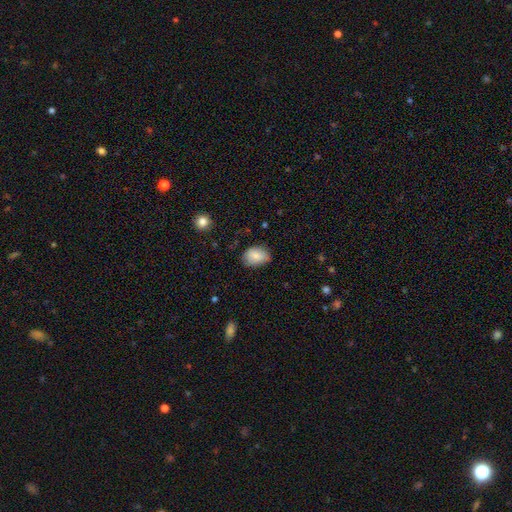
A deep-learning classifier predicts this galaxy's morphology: smooth_or_featured: smooth (p=0.81) [alt: featured or disk p=0.11]
how_rounded: in between (p=0.76) [alt: round p=0.23]
merging: none (p=0.70) [alt: minor disturbance p=0.25]